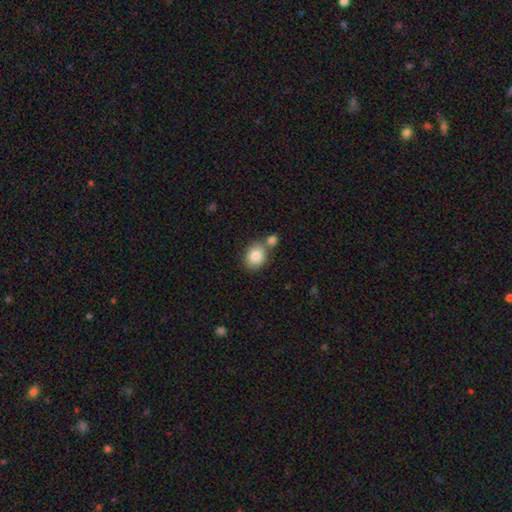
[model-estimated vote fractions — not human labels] Smooth or featured? smooth (83%)
How rounded? round (55%)
Merging? none (57%)